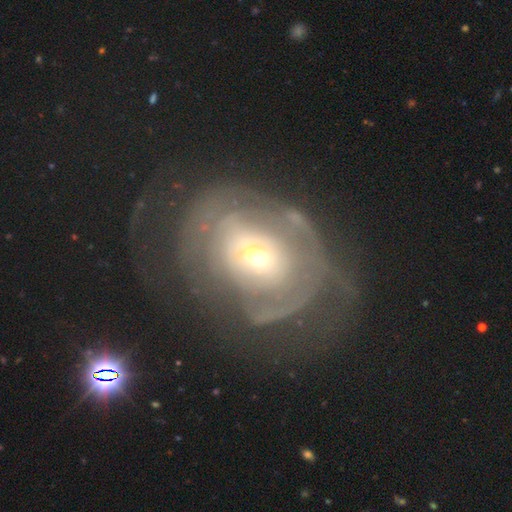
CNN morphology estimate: This is likely a featured or disk galaxy (77%). It is clearly not viewed edge-on (96%). Bar: likely no (69%). Spiral arm pattern: likely yes (68%). Spiral arm count: possibly can't tell (52%). Spiral winding: likely tight (60%). Central bulge: possibly small (56%). Merging: possibly none (50%).